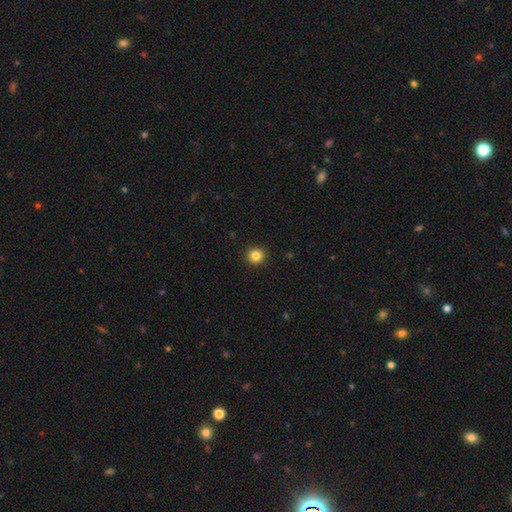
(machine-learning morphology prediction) smooth_or_featured: smooth (p=0.84) [alt: star or artifact p=0.11]
how_rounded: round (p=0.90) [alt: in between p=0.09]
merging: none (p=0.93) [alt: minor disturbance p=0.05]